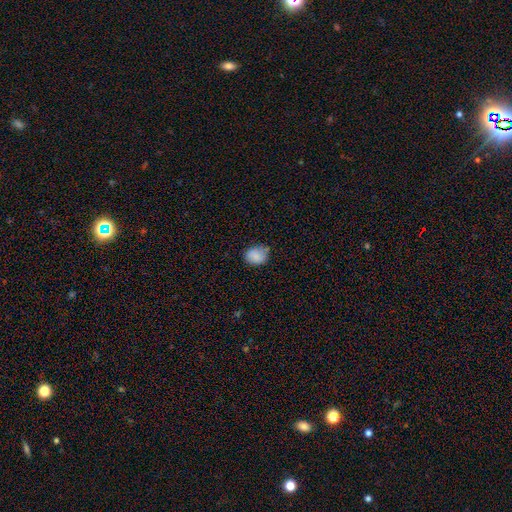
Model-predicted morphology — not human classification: Smooth or featured? smooth (86%)
How rounded? round (56%)
Merging? none (66%)